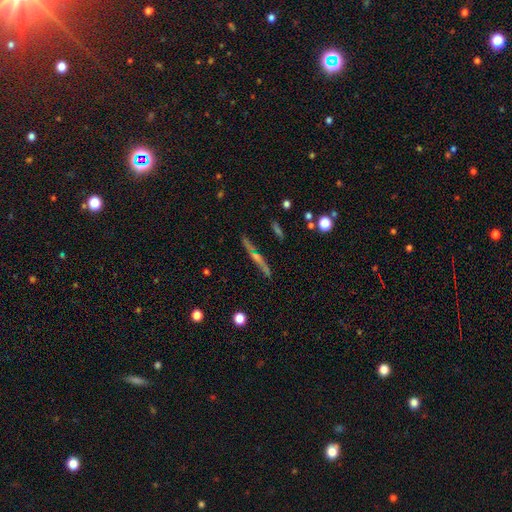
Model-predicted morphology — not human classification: Smooth or featured?
  - featured or disk: 67% *
  - smooth: 23%
  - star or artifact: 10%
Edge-on disk?
  - yes: 93% *
  - no: 7%
Edge-on bulge?
  - rounded: 65% *
  - none: 28%
  - boxy: 7%
Merging?
  - none: 82% *
  - minor disturbance: 11%
  - merger: 3%
  - major disturbance: 3%